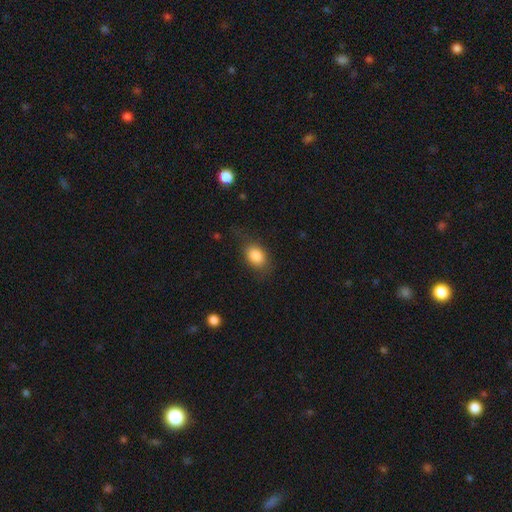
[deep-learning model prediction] Smooth or featured? Predicted: smooth (p=0.83). How rounded? Predicted: in between (p=0.73). Merging? Predicted: none (p=0.68).